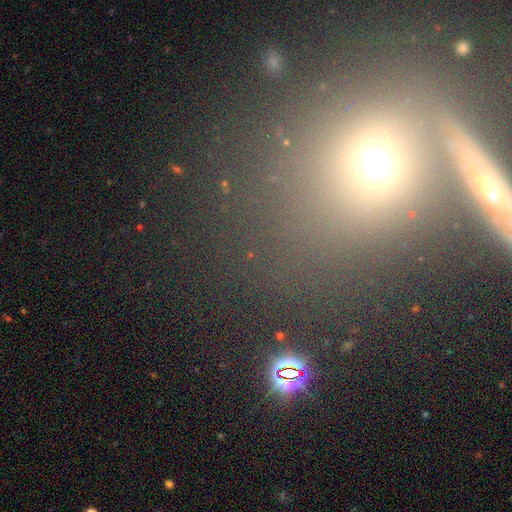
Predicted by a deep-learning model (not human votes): This appears to be a smooth galaxy with no disk features (48%). Merging: none (62%).